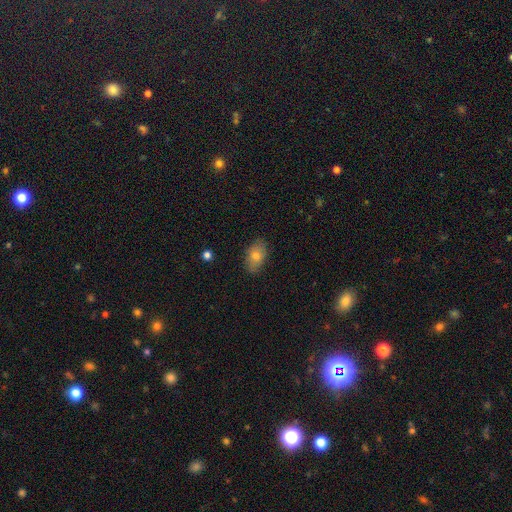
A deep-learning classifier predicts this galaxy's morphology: smooth-or-featured: smooth: 73% | featured or disk: 18% | star or artifact: 9%
  how-rounded: in between: 88% | round: 10% | cigar-shaped: 2%
  merging: none: 83% | minor disturbance: 13% | major disturbance: 3% | merger: 1%